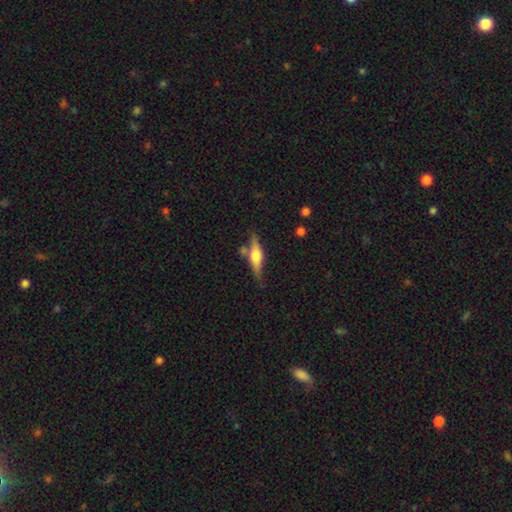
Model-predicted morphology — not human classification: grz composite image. It shows a featured or disk galaxy (69%) viewed edge-on (96%) with a rounded central bulge (91%). Merging: none (75%).